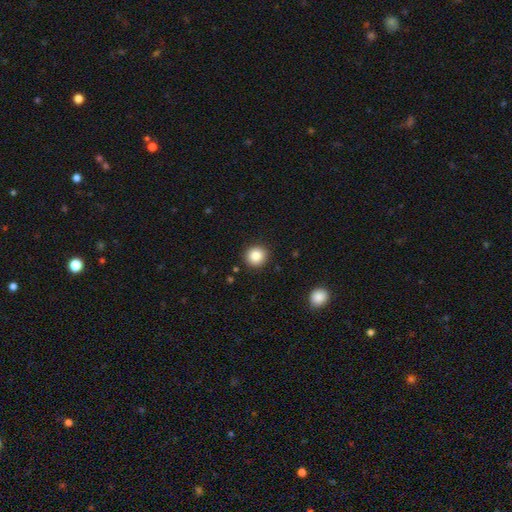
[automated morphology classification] A smooth galaxy with no disk features (86%) that is round (92%). Merging: none (91%).